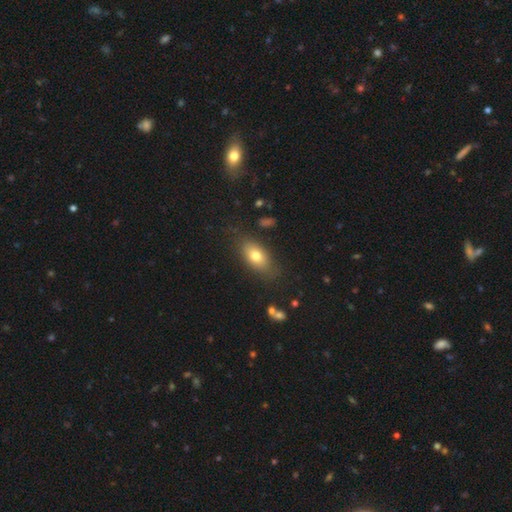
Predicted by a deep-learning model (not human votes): Smooth or featured? smooth (76%)
How rounded? in between (86%)
Merging? none (79%)